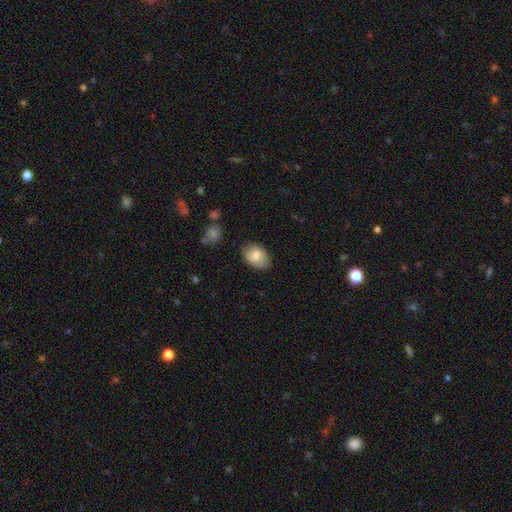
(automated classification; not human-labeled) The model was most divided on "merging": none: 79%, minor disturbance: 16%, major disturbance: 3%, merger: 1%. More confident: how rounded — in between (86%); smooth or featured — smooth (80%).